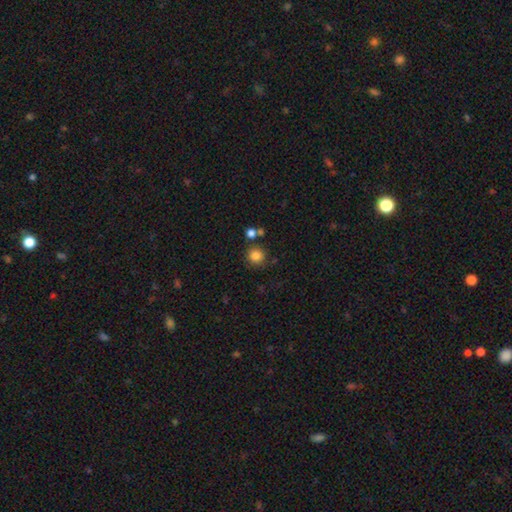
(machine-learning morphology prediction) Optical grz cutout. It shows a smooth galaxy with no disk features (84%) that is round (93%). Merging: none (80%).